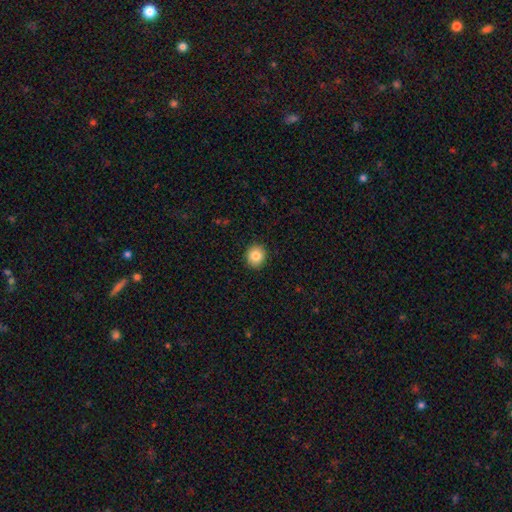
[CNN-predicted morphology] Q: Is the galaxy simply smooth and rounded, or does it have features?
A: smooth — 85%.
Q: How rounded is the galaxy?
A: round — 82%.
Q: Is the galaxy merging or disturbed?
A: none — 91%.